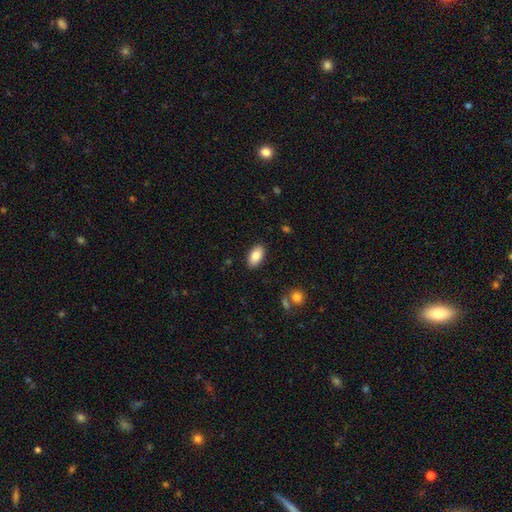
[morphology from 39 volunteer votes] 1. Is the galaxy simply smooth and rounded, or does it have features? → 74% smooth, 18% featured or disk, 8% star or artifact.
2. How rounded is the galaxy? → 93% in between, 3% round, 3% cigar-shaped.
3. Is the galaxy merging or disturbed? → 89% none, 11% minor disturbance, 0% major disturbance, 0% merger.